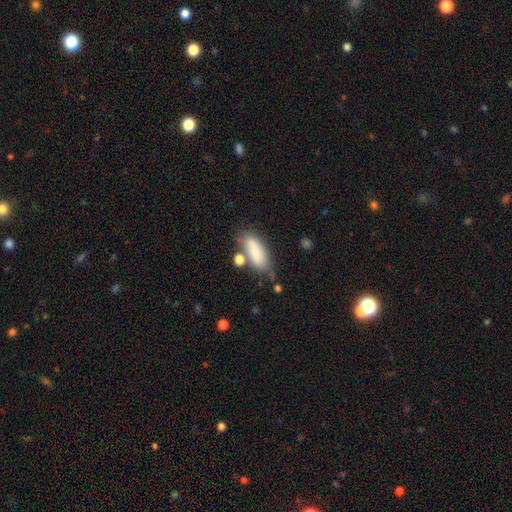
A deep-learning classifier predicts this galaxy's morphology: Smooth or featured? smooth (80%)
How rounded? in between (76%)
Merging? none (47%)